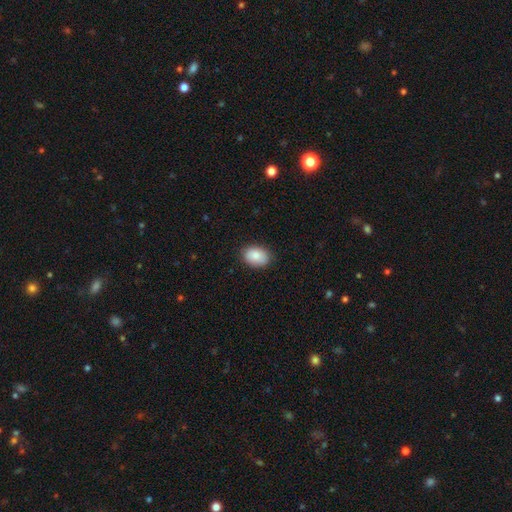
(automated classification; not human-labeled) Smooth or featured: smooth — 86% (star or artifact — 7%)
How rounded: in between — 78% (round — 21%)
Merging: none — 86% (minor disturbance — 11%)